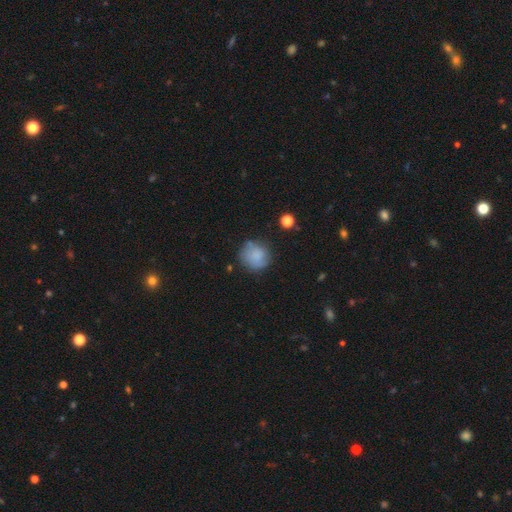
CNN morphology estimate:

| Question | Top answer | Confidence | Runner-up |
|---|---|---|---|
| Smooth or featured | smooth | 75% | featured or disk (16%) |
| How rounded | round | 87% | in between (12%) |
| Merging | none | 69% | minor disturbance (20%) |